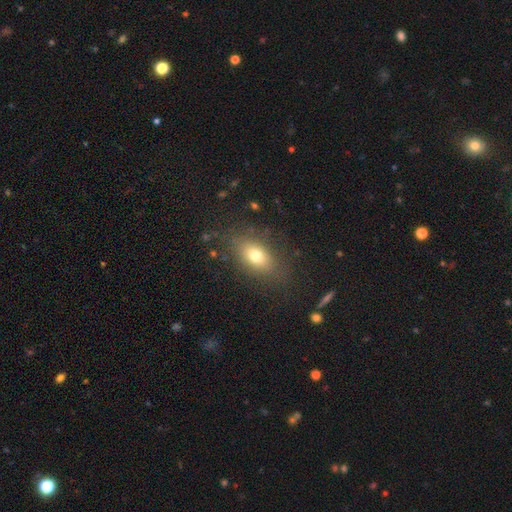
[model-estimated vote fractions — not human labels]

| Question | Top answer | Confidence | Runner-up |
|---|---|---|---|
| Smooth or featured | smooth | 74% | featured or disk (14%) |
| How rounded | in between | 81% | round (15%) |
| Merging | none | 79% | minor disturbance (13%) |